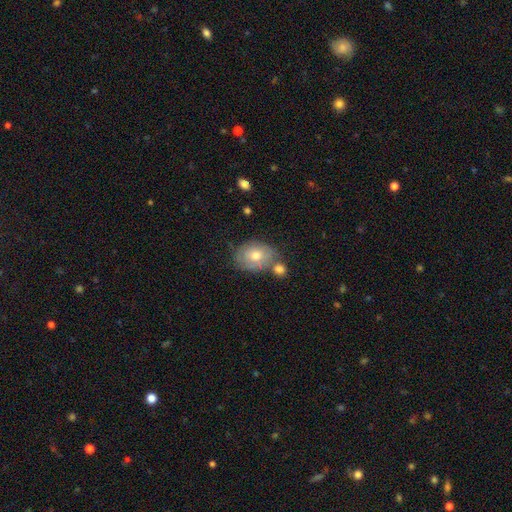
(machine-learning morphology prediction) Smooth or featured: smooth — 60% (featured or disk — 32%)
How rounded: in between — 61% (round — 38%)
Merging: none — 49% (merger — 23%)